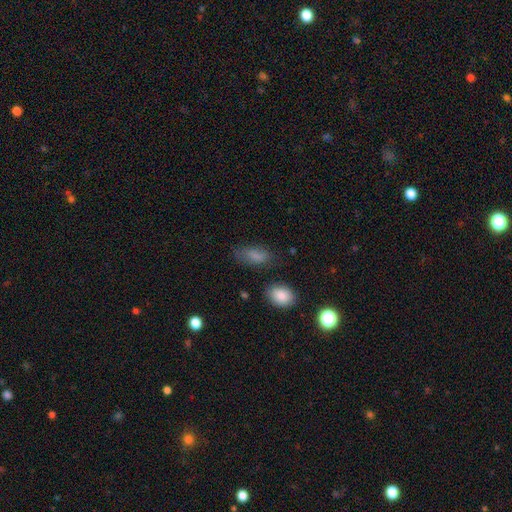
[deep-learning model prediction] smooth 79%, star or artifact 11%, featured or disk 11%. Down the decision tree: how rounded — in between (88%); merging — none (67%).